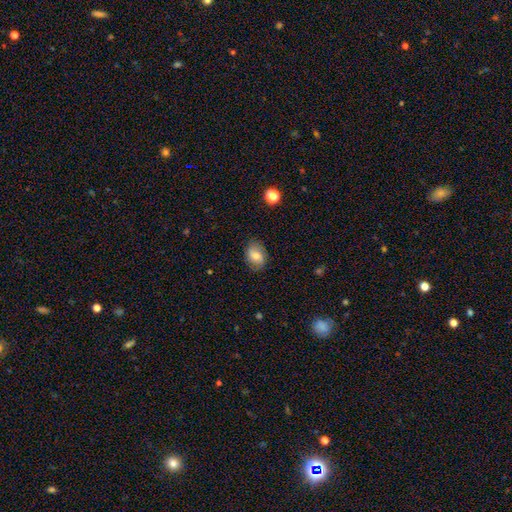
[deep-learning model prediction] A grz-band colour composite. It shows a smooth galaxy with no disk features (65%) that is in between round and cigar-shaped (71%). Merging: none (76%).